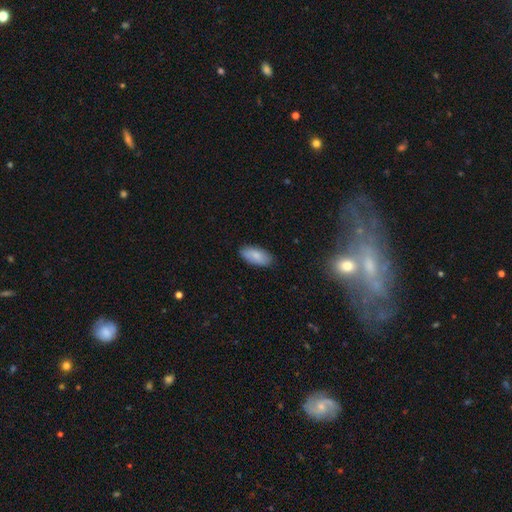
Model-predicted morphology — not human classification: Smooth or featured? smooth (84%)
How rounded? in between (90%)
Merging? none (86%)